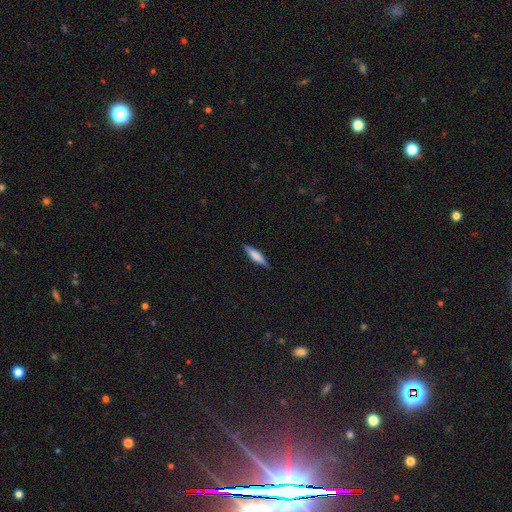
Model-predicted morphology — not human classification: Q: Smooth or featured?
A: smooth (71%); runner-up: featured or disk (23%)
Q: How rounded?
A: cigar-shaped (83%); runner-up: in between (15%)
Q: Merging?
A: none (88%); runner-up: minor disturbance (9%)